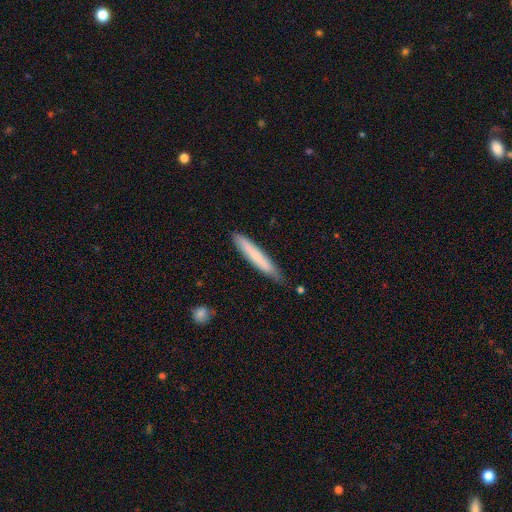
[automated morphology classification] Smooth or featured? smooth (69%)
How rounded? cigar-shaped (94%)
Merging? none (81%)